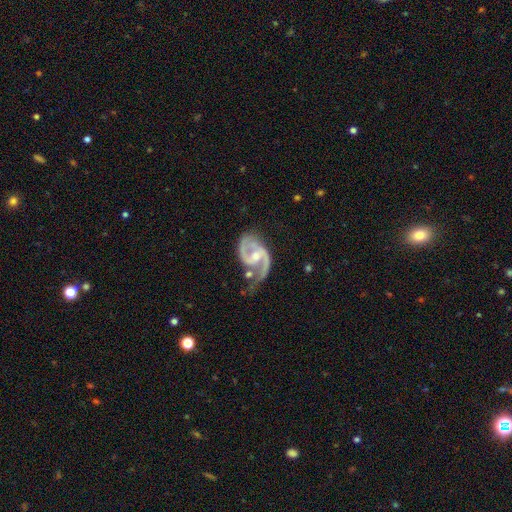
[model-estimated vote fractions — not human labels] A featured or disk galaxy (90%) with a weak bar (50%), 2 (86%) medium (56%) spiral arms (97%) and a moderate central bulge (56%).

Vote fractions:
- Smooth or featured? featured or disk: 90% / smooth: 5% / star or artifact: 4%
- Edge-on disk? no: 98% / yes: 2%
- Bar? weak: 50% / no: 33% / strong: 17%
- Spiral arms? yes: 97% / no: 3%
- Spiral winding? medium: 56% / loose: 25% / tight: 19%
- Spiral arm count? 2: 86% / 1: 7% / can't tell: 3% / 3: 2% / 4: 1% / more than 4: 1%
- Bulge size? moderate: 56% / small: 36% / none: 4% / large: 3% / dominant: 1%
- Merging? none: 41% / minor disturbance: 27% / major disturbance: 25% / merger: 8%